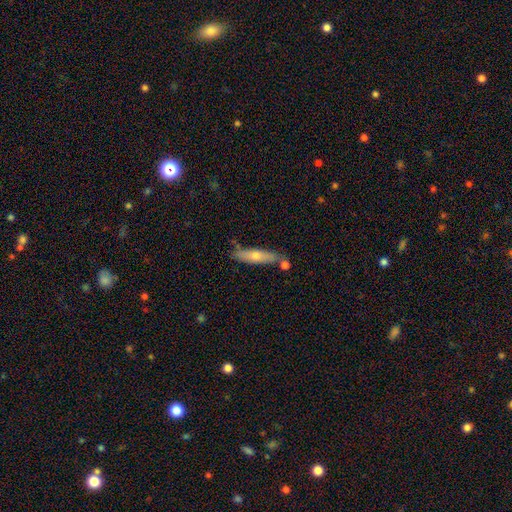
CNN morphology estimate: smooth_or_featured: smooth (p=0.57) [alt: featured or disk p=0.37]
how_rounded: cigar-shaped (p=0.77) [alt: in between p=0.21]
merging: none (p=0.71) [alt: minor disturbance p=0.16]